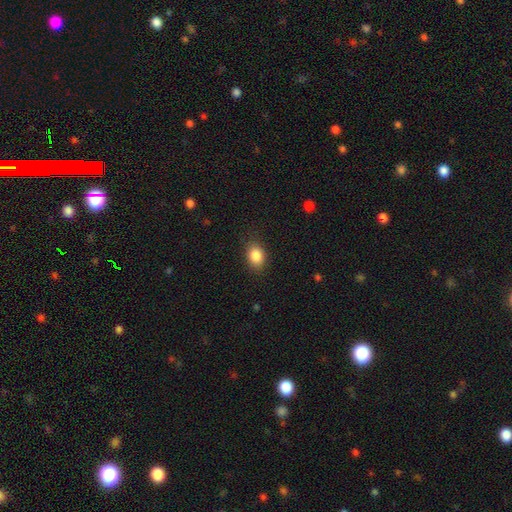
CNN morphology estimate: Q: Smooth or featured?
A: smooth (86%); runner-up: star or artifact (8%)
Q: How rounded?
A: in between (76%); runner-up: round (23%)
Q: Merging?
A: none (84%); runner-up: minor disturbance (12%)